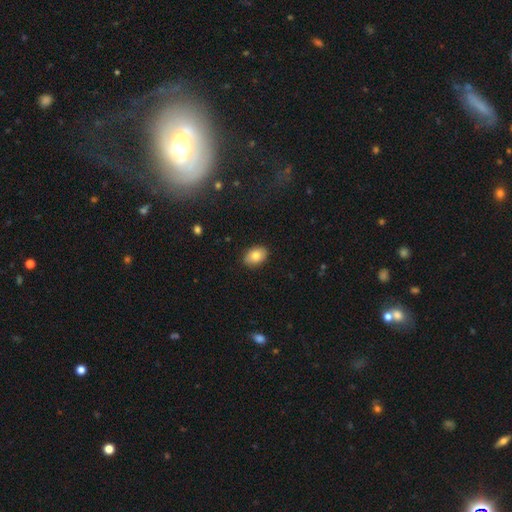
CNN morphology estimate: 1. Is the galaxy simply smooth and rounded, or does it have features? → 81% smooth, 11% featured or disk, 8% star or artifact.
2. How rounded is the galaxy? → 83% in between, 16% round, 1% cigar-shaped.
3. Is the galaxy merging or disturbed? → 88% none, 9% minor disturbance, 2% major disturbance, 1% merger.